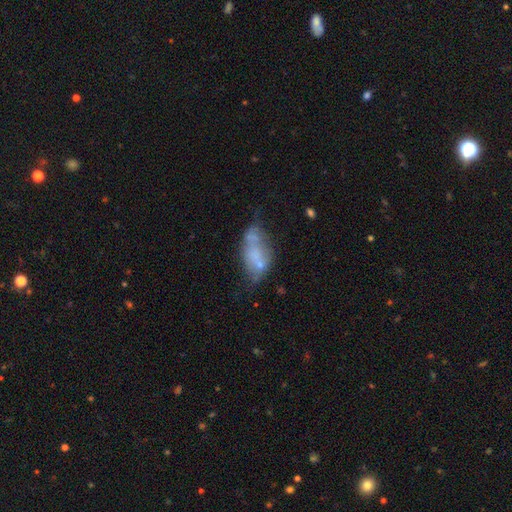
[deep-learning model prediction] A featured or disk galaxy (46%).

Vote fractions:
- Smooth or featured? featured or disk: 46% / smooth: 42% / star or artifact: 11%
- Merging? none: 29% / merger: 28% / minor disturbance: 23% / major disturbance: 19%